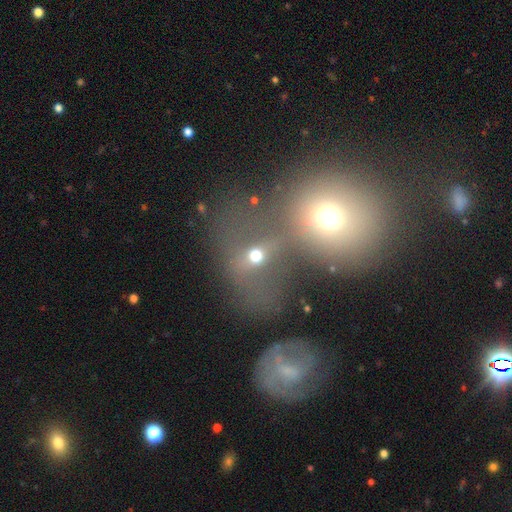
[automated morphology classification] Q: Smooth or featured?
A: smooth (52%); runner-up: featured or disk (24%)
Q: How rounded?
A: round (48%); runner-up: in between (47%)
Q: Merging?
A: merger (58%); runner-up: none (24%)